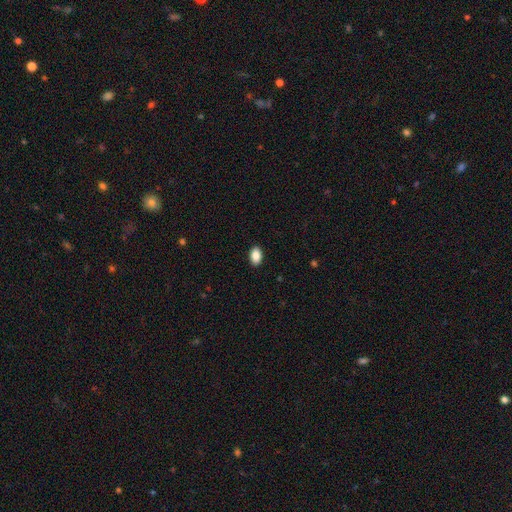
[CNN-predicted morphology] This appears to be a smooth galaxy with no disk features (89%) that is in between round and cigar-shaped (89%). Merging: none (90%).